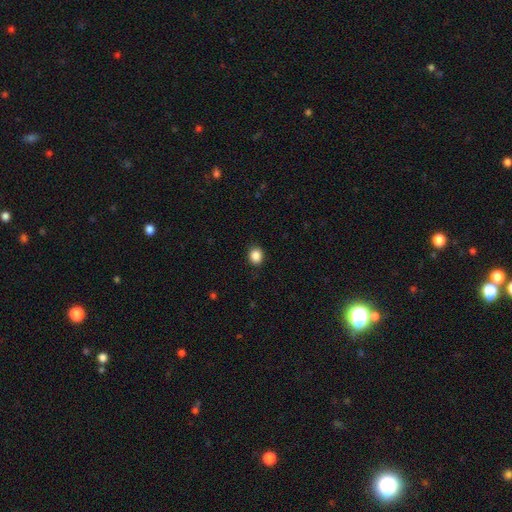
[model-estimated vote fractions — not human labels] Q: Smooth or featured?
A: smooth (87%); runner-up: star or artifact (10%)
Q: How rounded?
A: round (68%); runner-up: in between (31%)
Q: Merging?
A: none (89%); runner-up: minor disturbance (8%)